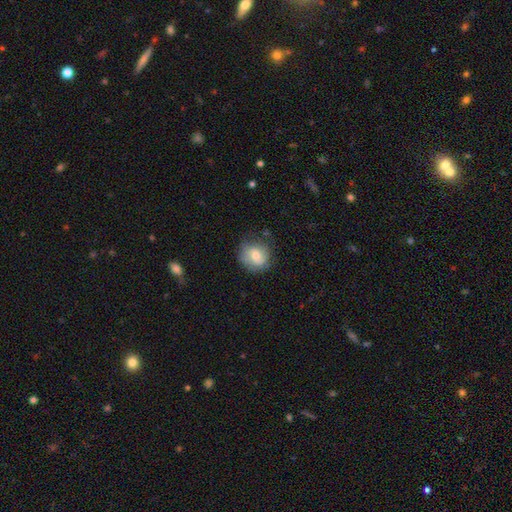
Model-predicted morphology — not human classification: Smooth or featured? smooth (58%)
How rounded? round (83%)
Merging? none (69%)